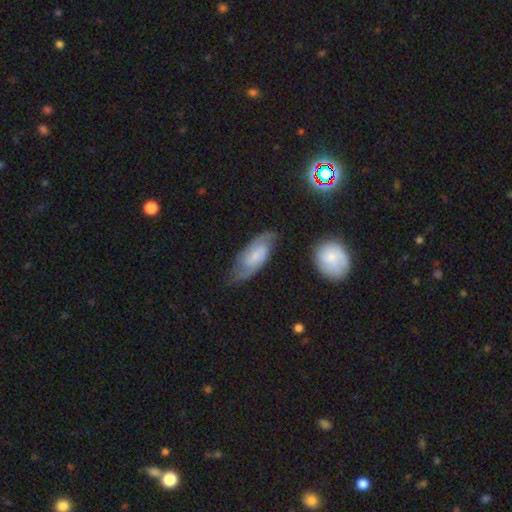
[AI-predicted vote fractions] smooth_or_featured: featured or disk (p=0.58) [alt: smooth p=0.35]
disk_edge_on: no (p=0.90) [alt: yes p=0.10]
bar: no (p=0.47) [alt: weak p=0.43]
has_spiral_arms: yes (p=0.91) [alt: no p=0.09]
bulge_size: small (p=0.43) [alt: moderate p=0.28]
merging: none (p=0.68) [alt: minor disturbance p=0.22]